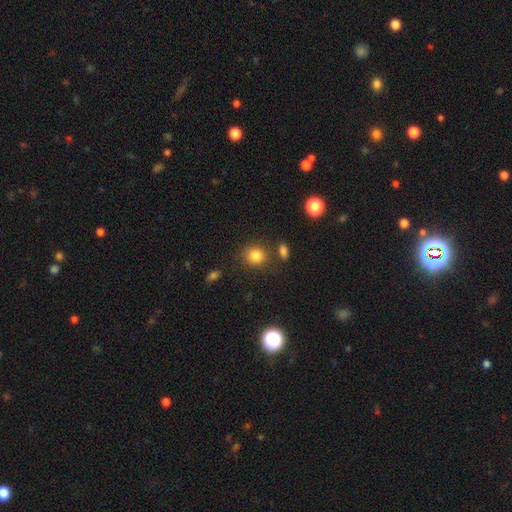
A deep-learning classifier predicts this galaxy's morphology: type=smooth (83%); roundness=round (80%); merging=none (78%).